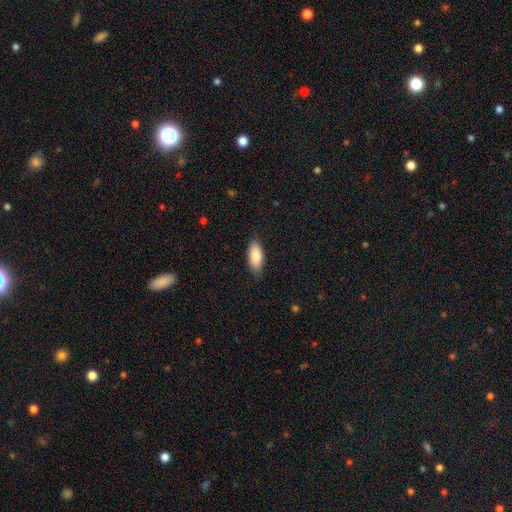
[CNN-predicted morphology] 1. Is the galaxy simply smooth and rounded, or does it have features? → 86% smooth, 8% featured or disk, 6% star or artifact.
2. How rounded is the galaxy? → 86% in between, 12% cigar-shaped, 2% round.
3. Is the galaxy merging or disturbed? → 83% none, 13% minor disturbance, 2% major disturbance, 1% merger.